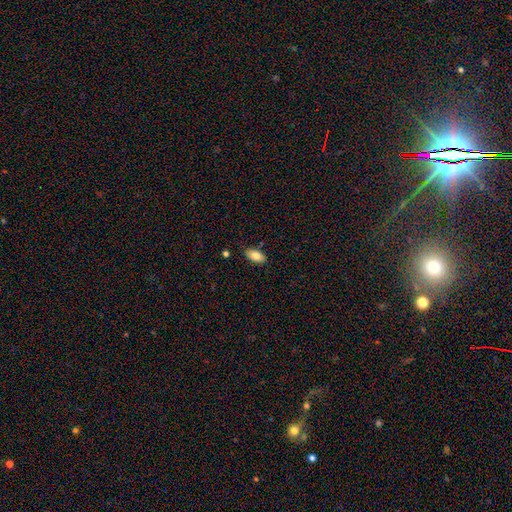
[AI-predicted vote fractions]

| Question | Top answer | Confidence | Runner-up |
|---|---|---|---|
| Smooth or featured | smooth | 81% | featured or disk (12%) |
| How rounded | in between | 93% | cigar-shaped (4%) |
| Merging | none | 84% | minor disturbance (12%) |